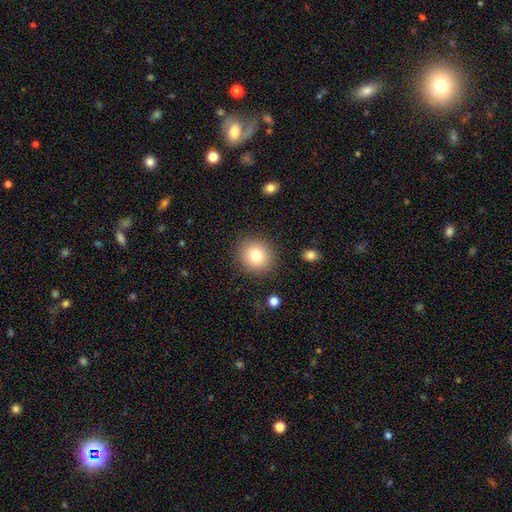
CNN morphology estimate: Smooth or featured? smooth (80%)
How rounded? round (82%)
Merging? none (88%)